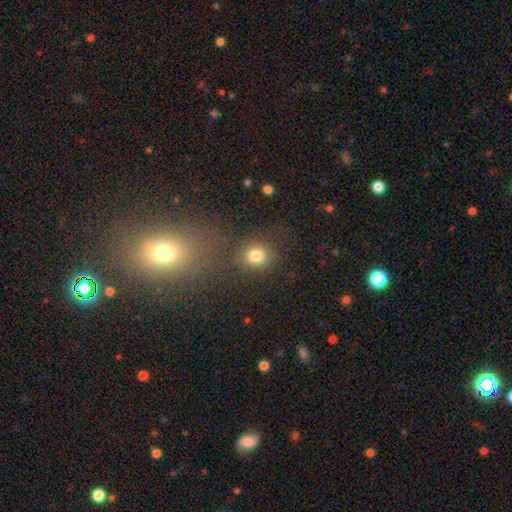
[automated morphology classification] Smooth or featured?
  - smooth: 79% *
  - star or artifact: 14%
  - featured or disk: 8%
How rounded?
  - round: 77% *
  - in between: 21%
  - cigar-shaped: 1%
Merging?
  - none: 71% *
  - minor disturbance: 12%
  - merger: 11%
  - major disturbance: 7%